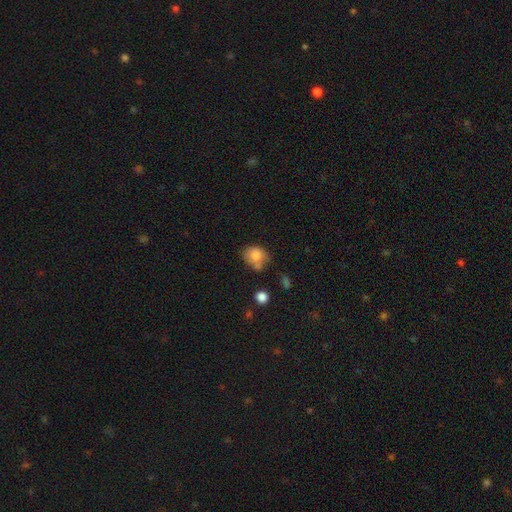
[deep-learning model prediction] Overall: smooth (80%). How rounded: round (53%; in between 46%). Merging: none (48%; minor disturbance 28%).